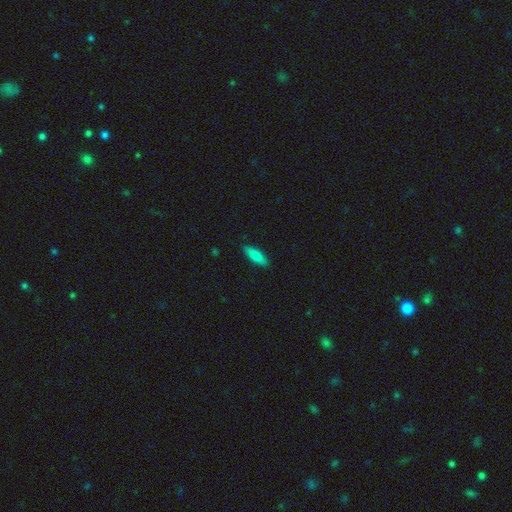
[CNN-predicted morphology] Smooth or featured? Predicted: smooth (p=0.79). How rounded? Predicted: in between (p=0.51). Merging? Predicted: none (p=0.88).